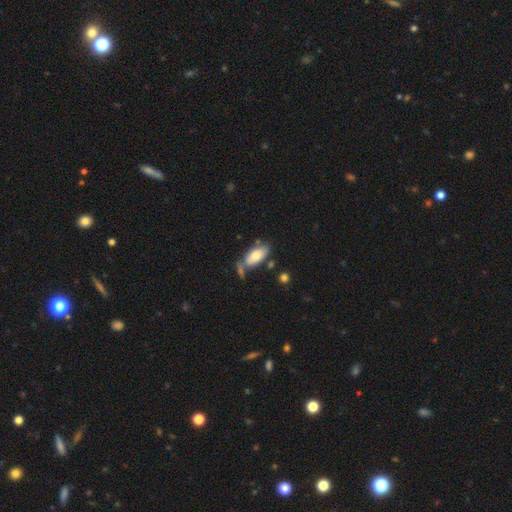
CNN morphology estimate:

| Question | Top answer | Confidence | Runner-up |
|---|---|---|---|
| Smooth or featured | smooth | 74% | featured or disk (19%) |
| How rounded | in between | 91% | cigar-shaped (7%) |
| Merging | none | 54% | minor disturbance (20%) |